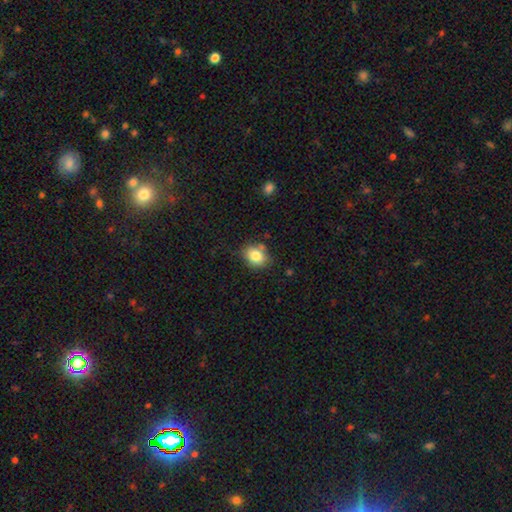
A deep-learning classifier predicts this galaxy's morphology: A smooth galaxy with no disk features (82%) that is in between round and cigar-shaped (52%).

Vote fractions:
- Smooth or featured? smooth: 82% / star or artifact: 10% / featured or disk: 9%
- How rounded? in between: 52% / round: 47% / cigar-shaped: 1%
- Merging? none: 74% / minor disturbance: 17% / merger: 5% / major disturbance: 4%